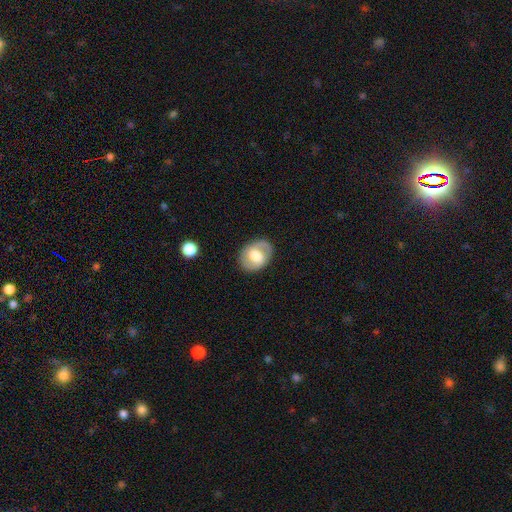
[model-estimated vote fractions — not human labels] This appears to be a featured or disk galaxy (48%). Merging: none (82%).